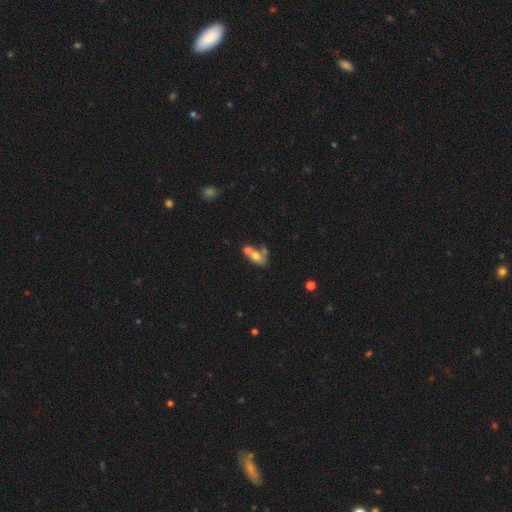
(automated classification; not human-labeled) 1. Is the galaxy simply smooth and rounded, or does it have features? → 65% smooth, 25% featured or disk, 11% star or artifact.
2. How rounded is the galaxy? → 77% in between, 19% round, 4% cigar-shaped.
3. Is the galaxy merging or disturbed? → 57% merger, 23% none, 11% minor disturbance, 8% major disturbance.